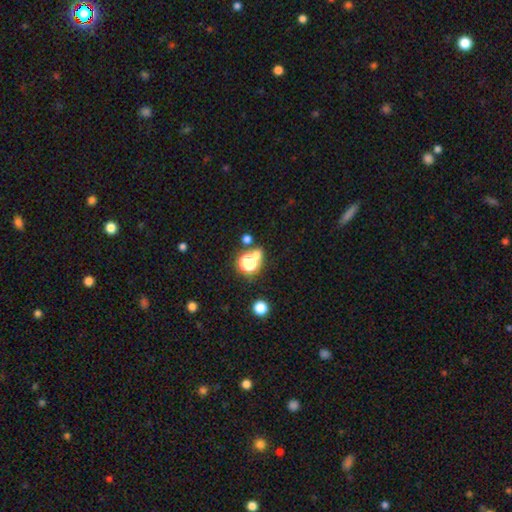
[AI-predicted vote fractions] Q: Smooth or featured?
A: smooth (52%); runner-up: star or artifact (38%)
Q: How rounded?
A: round (81%); runner-up: in between (17%)
Q: Merging?
A: none (61%); runner-up: merger (26%)